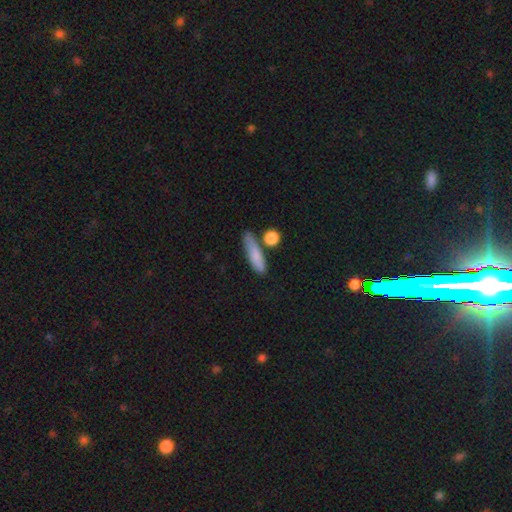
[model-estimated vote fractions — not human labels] smooth_or_featured: smooth (p=0.79) [alt: featured or disk p=0.13]
how_rounded: cigar-shaped (p=0.69) [alt: in between p=0.26]
merging: none (p=0.66) [alt: minor disturbance p=0.18]